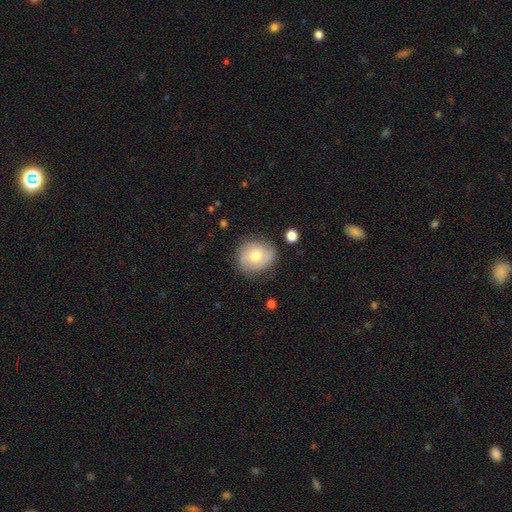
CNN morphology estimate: This is possibly a smooth galaxy (58%). How rounded: clearly round (81%). Merging: likely none (78%).